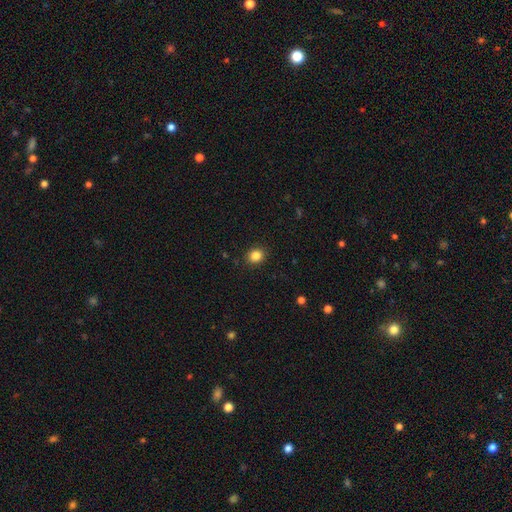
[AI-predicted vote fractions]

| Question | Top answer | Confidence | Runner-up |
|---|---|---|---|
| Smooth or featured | smooth | 85% | star or artifact (11%) |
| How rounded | round | 72% | in between (27%) |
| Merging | none | 90% | minor disturbance (7%) |